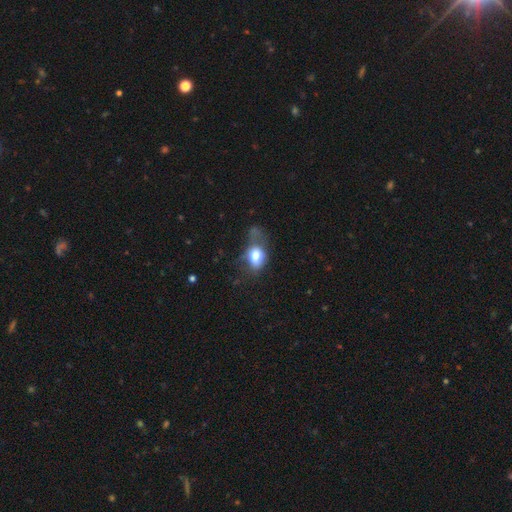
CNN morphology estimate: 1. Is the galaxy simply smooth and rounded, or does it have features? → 73% smooth, 17% featured or disk, 10% star or artifact.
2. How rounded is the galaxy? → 71% in between, 27% round, 2% cigar-shaped.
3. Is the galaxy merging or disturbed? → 40% major disturbance, 27% minor disturbance, 24% none, 9% merger.